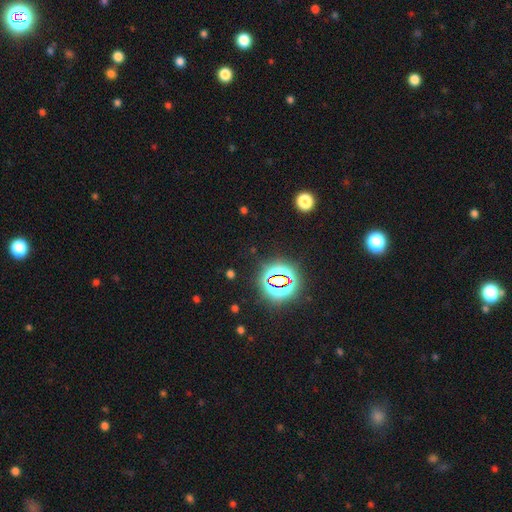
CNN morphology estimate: star or artifact 79%, smooth 14%, featured or disk 7%.